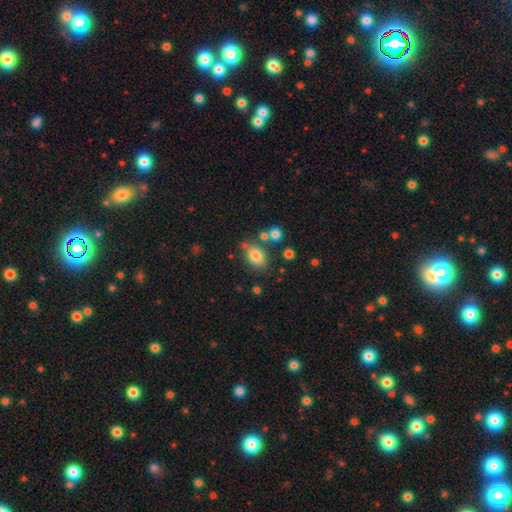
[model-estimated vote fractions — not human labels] smooth_or_featured: smooth (p=0.81) [alt: star or artifact p=0.10]
how_rounded: in between (p=0.79) [alt: round p=0.20]
merging: none (p=0.72) [alt: minor disturbance p=0.13]